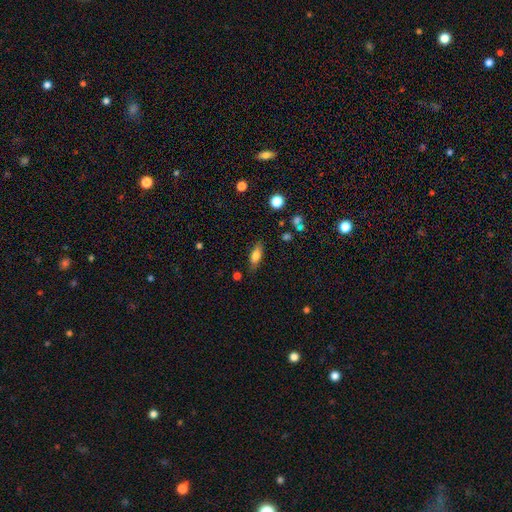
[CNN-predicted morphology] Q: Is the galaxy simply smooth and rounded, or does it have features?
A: smooth — 73%.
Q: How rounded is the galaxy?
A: in between — 69%.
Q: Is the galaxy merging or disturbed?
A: none — 80%.